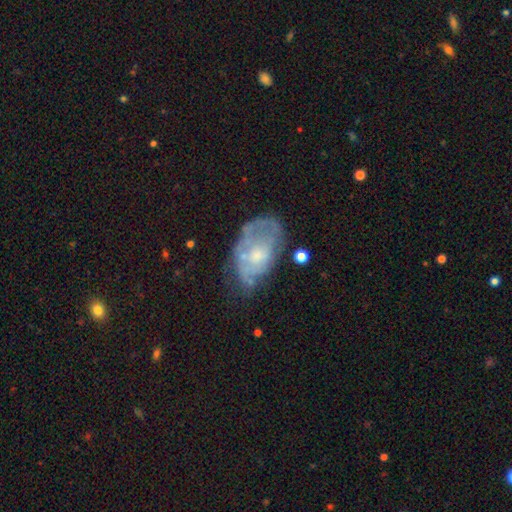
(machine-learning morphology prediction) smooth_or_featured: featured or disk (p=0.60) [alt: smooth p=0.32]
disk_edge_on: no (p=0.95) [alt: yes p=0.05]
bar: no (p=0.78) [alt: weak p=0.19]
has_spiral_arms: no (p=0.60) [alt: yes p=0.40]
bulge_size: moderate (p=0.44) [alt: small p=0.40]
merging: none (p=0.44) [alt: minor disturbance p=0.30]